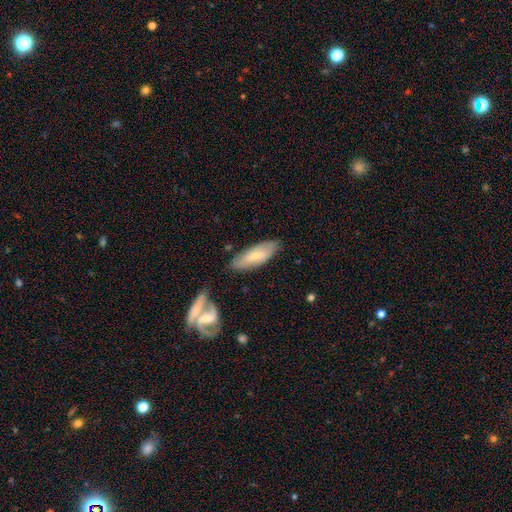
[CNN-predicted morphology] Overall: smooth (52%; featured or disk 42%). How rounded: in between (67%; cigar-shaped 31%). Merging: none (77%).